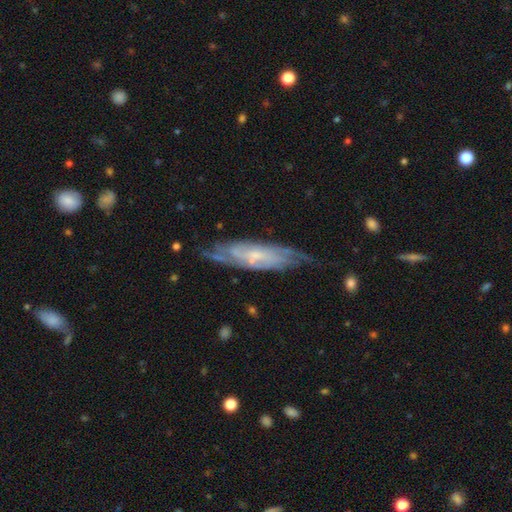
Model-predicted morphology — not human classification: Smooth or featured: featured or disk — 74% (smooth — 20%)
Edge-on disk: no — 65% (yes — 35%)
Merging: none — 68% (minor disturbance — 23%)